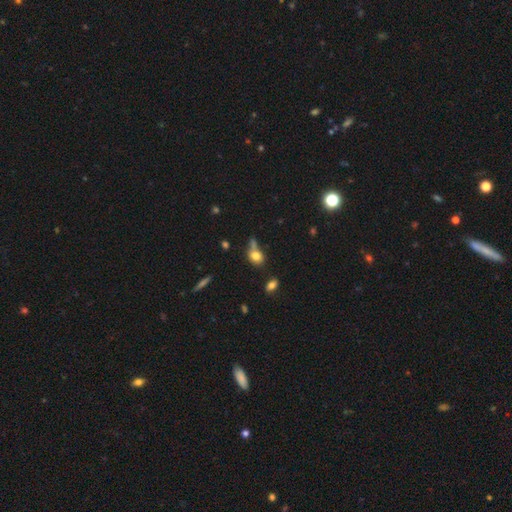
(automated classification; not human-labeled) Morphology: type=smooth (77%); roundness=in between (54%); merging=none (47%).